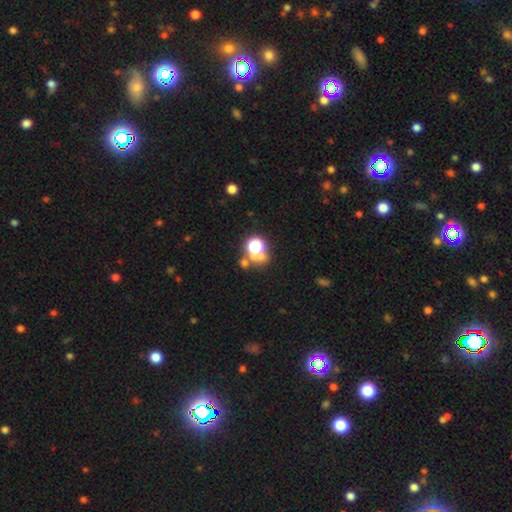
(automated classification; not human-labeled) Q: Smooth or featured?
A: smooth (48%); runner-up: star or artifact (38%)
Q: Merging?
A: none (49%); runner-up: merger (31%)